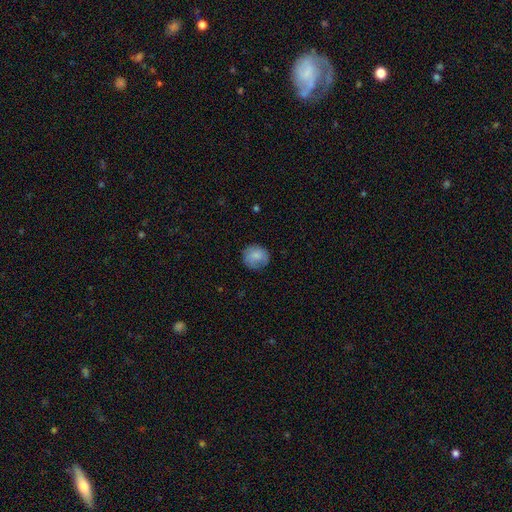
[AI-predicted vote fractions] A smooth galaxy with no disk features (82%) that is round (86%).

Vote fractions:
- Smooth or featured? smooth: 82% / featured or disk: 11% / star or artifact: 7%
- How rounded? round: 86% / in between: 13% / cigar-shaped: 1%
- Merging? none: 78% / minor disturbance: 17% / major disturbance: 4% / merger: 1%